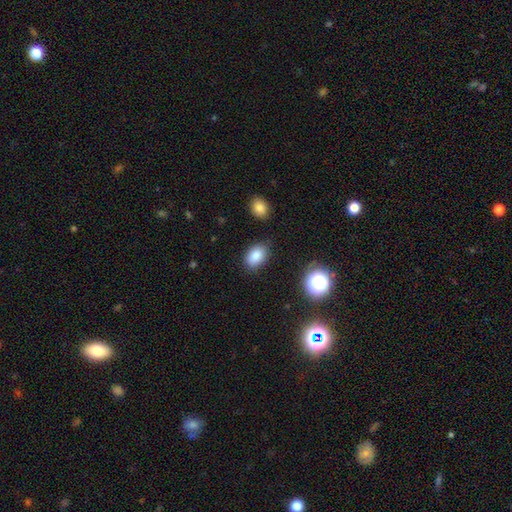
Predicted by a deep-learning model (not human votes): smooth-or-featured: smooth: 84% | star or artifact: 10% | featured or disk: 6%
  how-rounded: in between: 83% | round: 16% | cigar-shaped: 1%
  merging: none: 81% | minor disturbance: 13% | major disturbance: 3% | merger: 3%